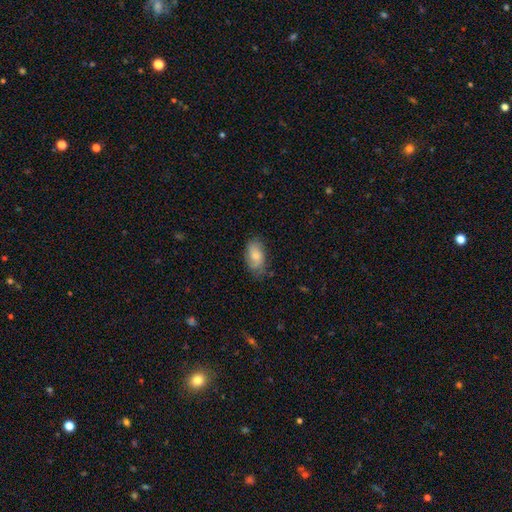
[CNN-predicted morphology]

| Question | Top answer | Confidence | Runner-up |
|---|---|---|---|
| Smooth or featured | smooth | 73% | featured or disk (21%) |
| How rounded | in between | 92% | round (5%) |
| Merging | none | 69% | minor disturbance (24%) |